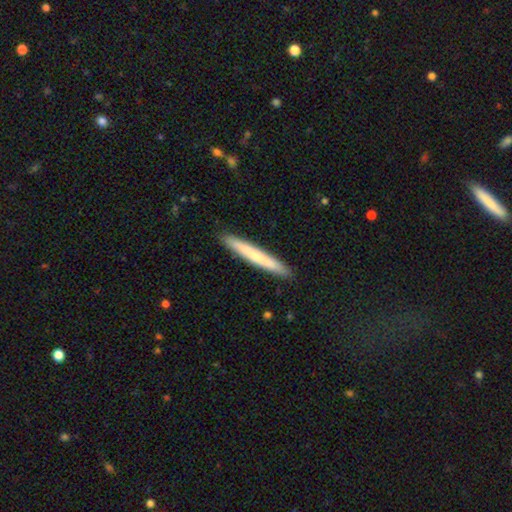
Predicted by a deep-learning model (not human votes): Morphology: type=smooth (61%); roundness=cigar-shaped (96%); merging=none (91%).